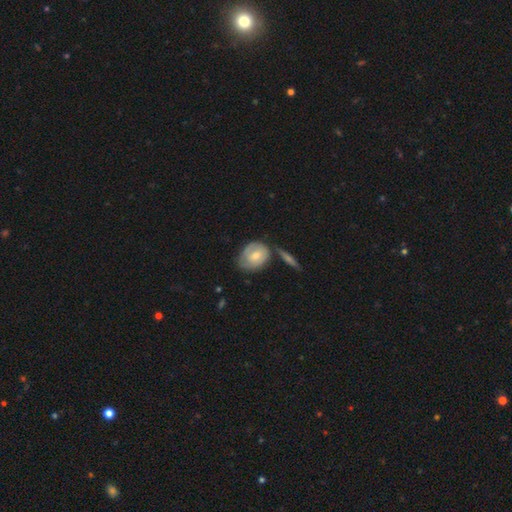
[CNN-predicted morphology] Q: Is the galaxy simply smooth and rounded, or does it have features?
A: smooth — 49%.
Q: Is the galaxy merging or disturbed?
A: none — 56%.